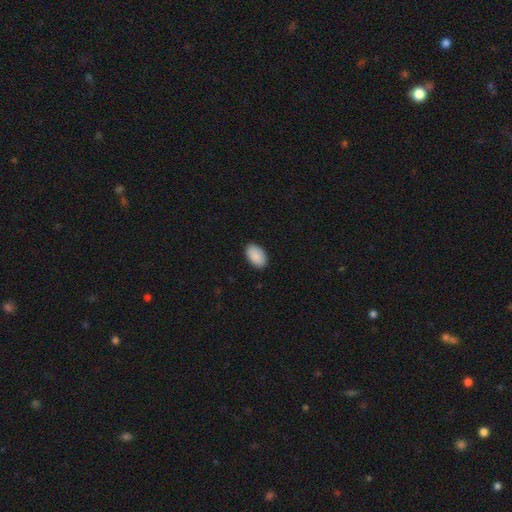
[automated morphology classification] smooth-or-featured: smooth: 90% | star or artifact: 6% | featured or disk: 4%
  how-rounded: in between: 94% | round: 5% | cigar-shaped: 1%
  merging: none: 89% | minor disturbance: 8% | major disturbance: 2% | merger: 1%